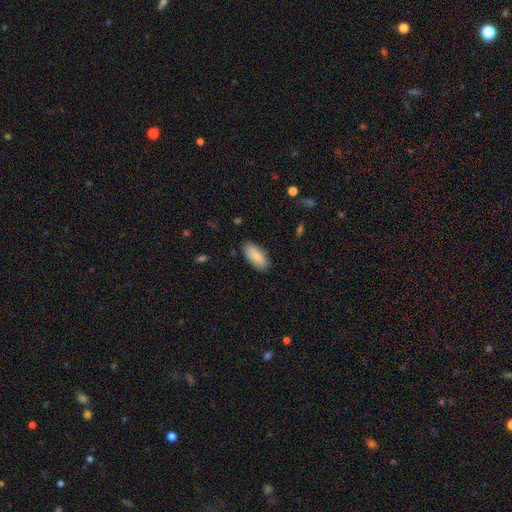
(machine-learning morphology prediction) Smooth or featured? Predicted: smooth (p=0.88). How rounded? Predicted: in between (p=0.89). Merging? Predicted: none (p=0.86).